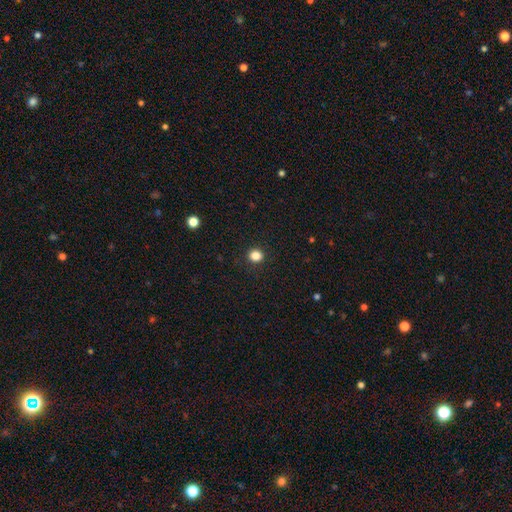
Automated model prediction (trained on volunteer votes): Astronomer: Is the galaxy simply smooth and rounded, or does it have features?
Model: smooth — 85%.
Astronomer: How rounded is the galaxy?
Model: round — 85%.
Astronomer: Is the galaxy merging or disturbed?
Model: none — 92%.